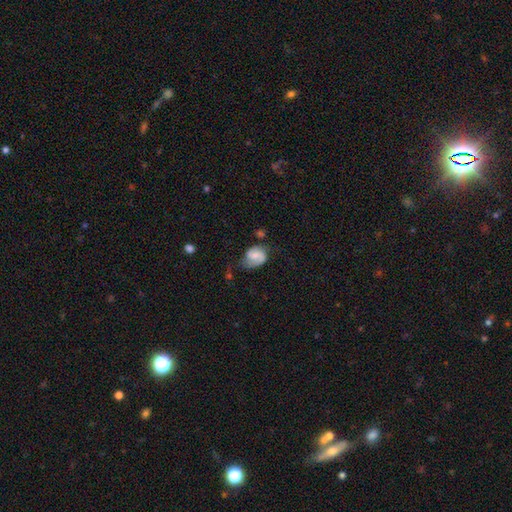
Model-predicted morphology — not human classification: This is possibly a featured or disk galaxy (54%). It is clearly not viewed edge-on (97%). Bar: possibly weak (45%). Spiral arm pattern: clearly yes (88%). Central bulge: marginally small (36%, tied with moderate). Merging: possibly none (47%).